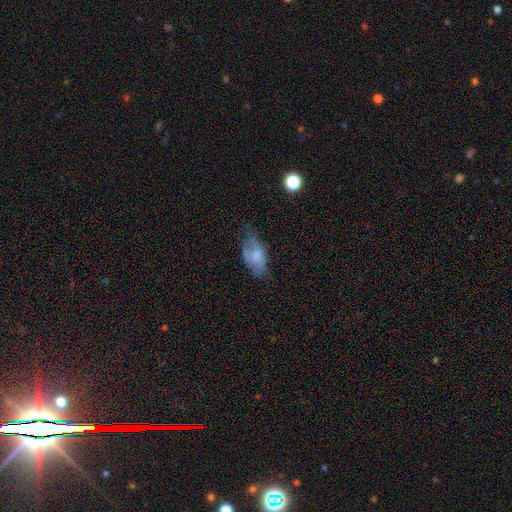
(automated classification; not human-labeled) A smooth galaxy with no disk features (64%) that is in between round and cigar-shaped (92%).

Vote fractions:
- Smooth or featured? smooth: 64% / featured or disk: 28% / star or artifact: 9%
- How rounded? in between: 92% / round: 5% / cigar-shaped: 3%
- Merging? none: 40% / minor disturbance: 38% / major disturbance: 21% / merger: 2%